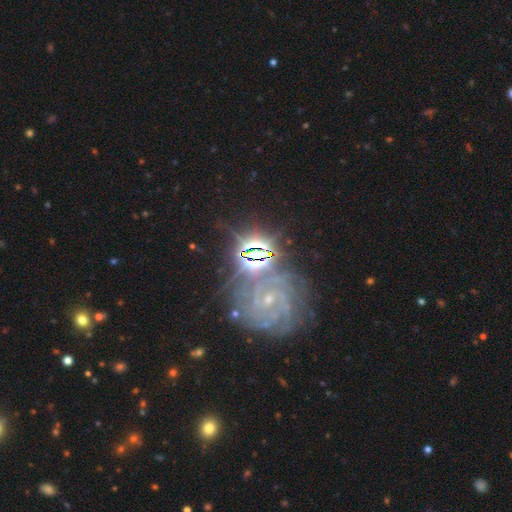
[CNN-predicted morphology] Smooth or featured: star or artifact — 44% (featured or disk — 29%)